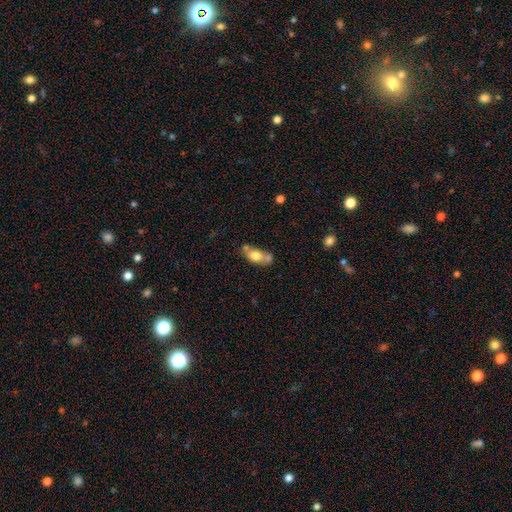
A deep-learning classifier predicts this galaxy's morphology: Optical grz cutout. It shows a smooth galaxy with no disk features (66%) that is in between round and cigar-shaped (76%). Merging: none (41%).